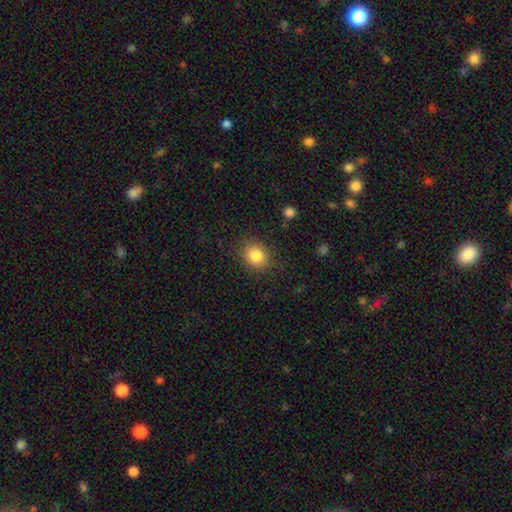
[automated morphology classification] Overall: smooth (84%). How rounded: round (68%; in between 31%). Merging: none (85%).